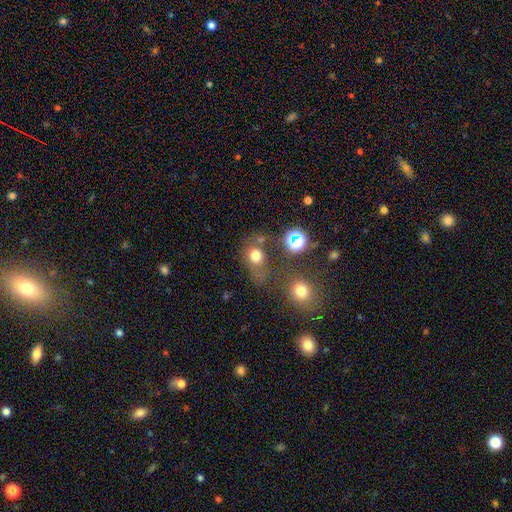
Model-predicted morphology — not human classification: Smooth or featured? smooth (72%)
How rounded? round (64%)
Merging? none (51%)